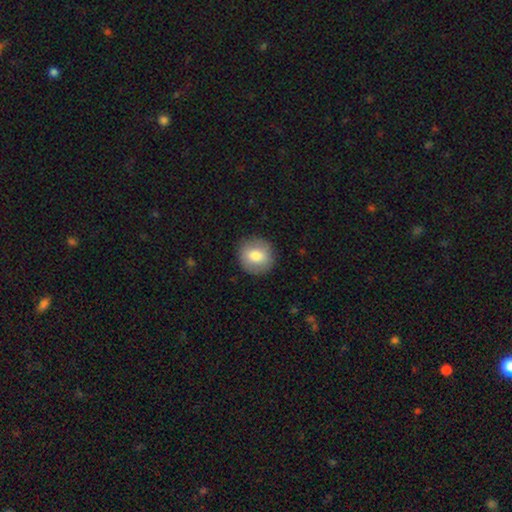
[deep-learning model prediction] Overall: smooth (76%). How rounded: round (92%). Merging: none (90%).